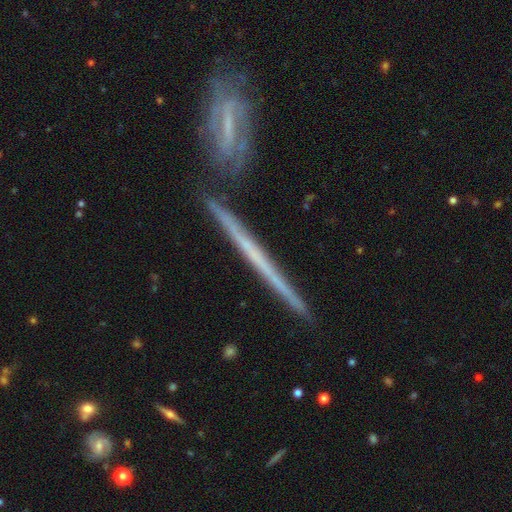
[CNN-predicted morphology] This appears to be a featured or disk galaxy (72%) viewed edge-on (95%) with no central bulge (84%). Merging: none (80%).